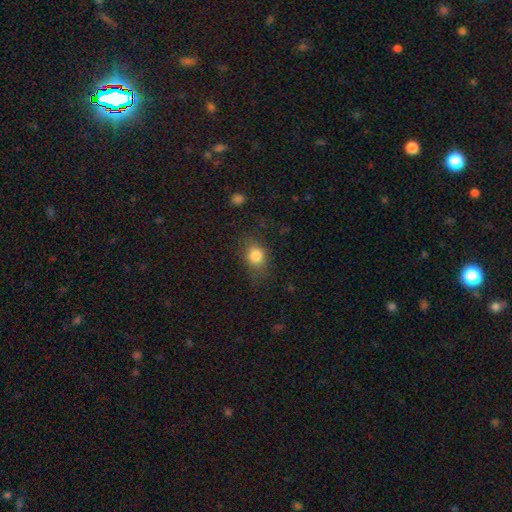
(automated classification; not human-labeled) smooth_or_featured: smooth (p=0.82) [alt: star or artifact p=0.11]
how_rounded: round (p=0.49) [tied with: in between p=0.49]
merging: none (p=0.72) [alt: minor disturbance p=0.19]